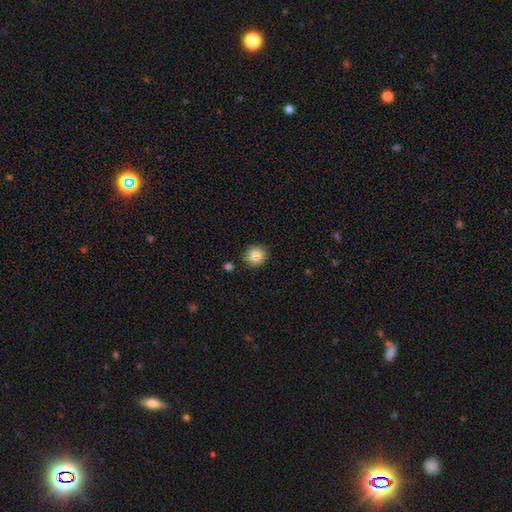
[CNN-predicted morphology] smooth-or-featured: smooth: 83% | star or artifact: 10% | featured or disk: 7%
  how-rounded: round: 87% | in between: 12% | cigar-shaped: 1%
  merging: none: 89% | minor disturbance: 7% | merger: 2% | major disturbance: 2%